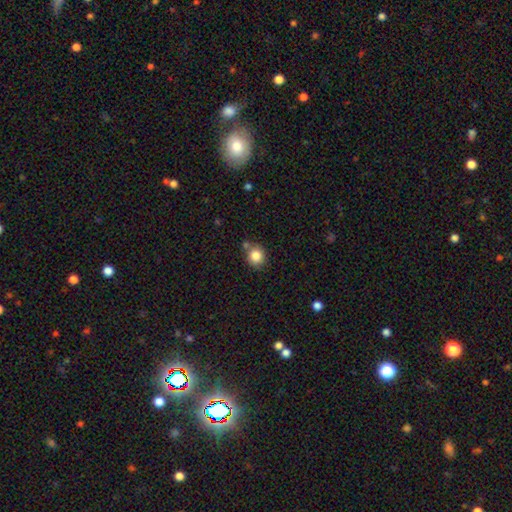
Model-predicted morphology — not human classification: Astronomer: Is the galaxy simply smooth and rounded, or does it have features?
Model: smooth — 84%.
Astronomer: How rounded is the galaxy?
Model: round — 81%.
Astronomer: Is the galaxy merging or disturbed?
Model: none — 71%.